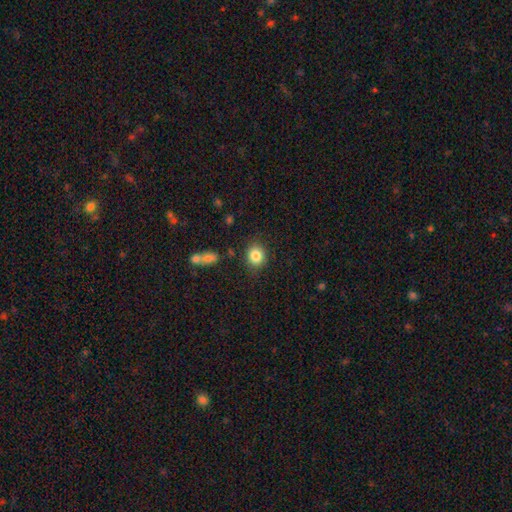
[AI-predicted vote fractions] smooth_or_featured: smooth (p=0.84) [alt: star or artifact p=0.10]
how_rounded: round (p=0.71) [alt: in between p=0.28]
merging: none (p=0.84) [alt: minor disturbance p=0.10]